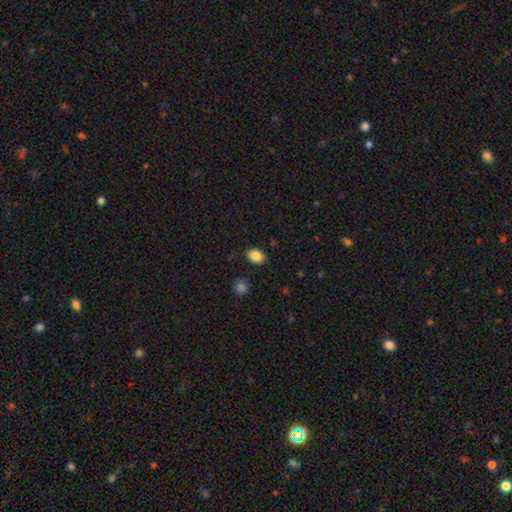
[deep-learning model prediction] This is clearly a smooth galaxy (86%). How rounded: likely in between (68%). Merging: clearly none (87%).